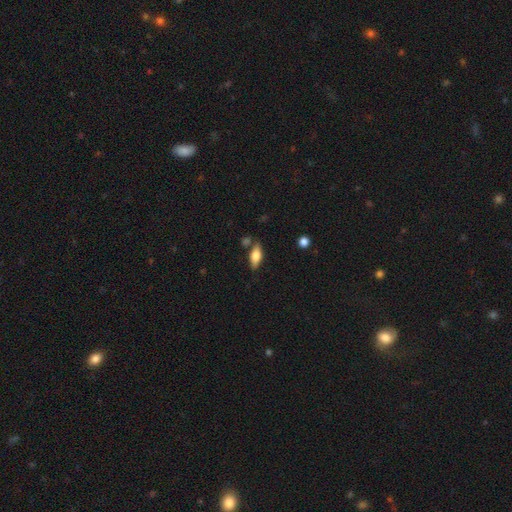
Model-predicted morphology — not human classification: Smooth or featured? Predicted: smooth (p=0.68). How rounded? Predicted: in between (p=0.77). Merging? Predicted: none (p=0.75).